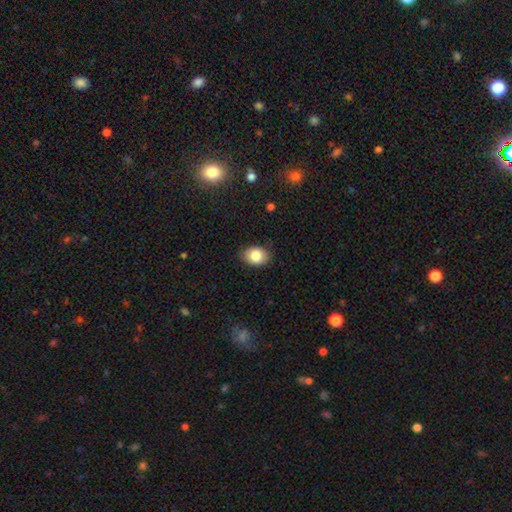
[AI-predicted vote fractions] This is clearly a smooth galaxy (84%). How rounded: likely in between (72%). Merging: clearly none (86%).